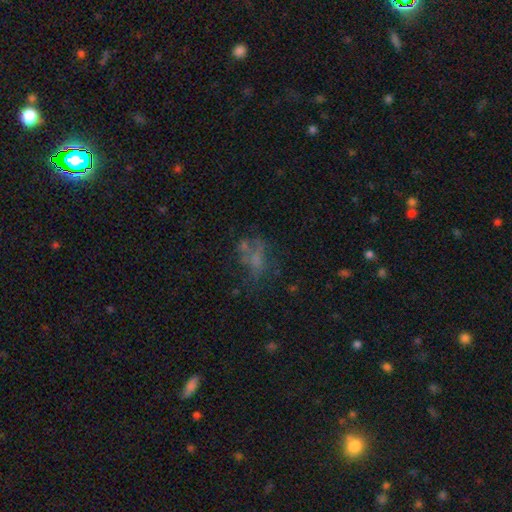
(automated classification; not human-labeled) Smooth or featured: featured or disk — 40% (smooth — 37%)
Merging: none — 38% (major disturbance — 30%)